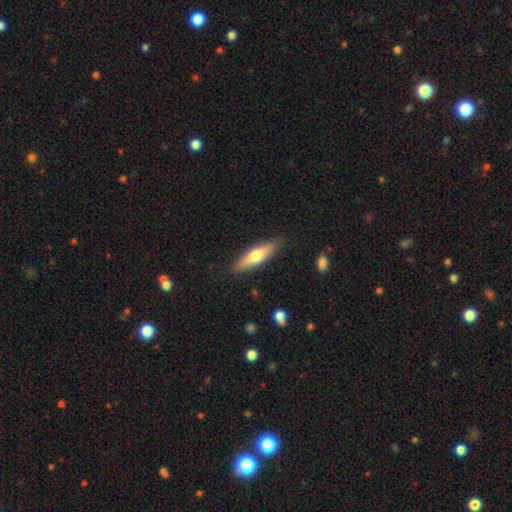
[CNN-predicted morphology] Smooth or featured? smooth (56%)
How rounded? cigar-shaped (68%)
Merging? none (87%)